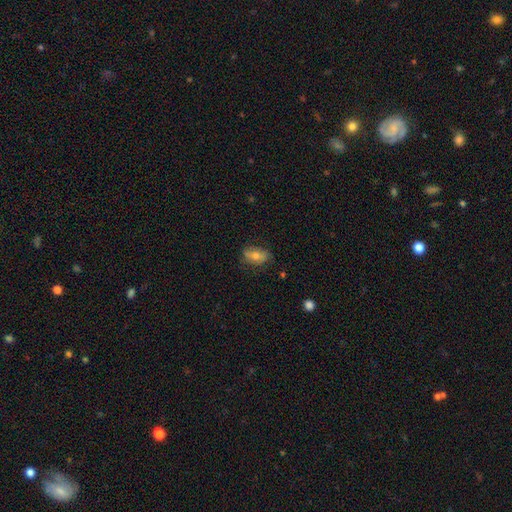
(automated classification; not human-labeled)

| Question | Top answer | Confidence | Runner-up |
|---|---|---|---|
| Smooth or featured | smooth | 61% | featured or disk (29%) |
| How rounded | in between | 85% | round (10%) |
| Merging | none | 73% | minor disturbance (21%) |